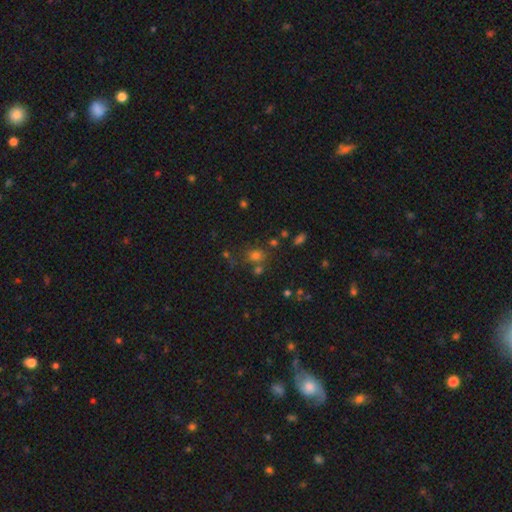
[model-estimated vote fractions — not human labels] Smooth or featured? smooth (65%)
How rounded? round (72%)
Merging? none (63%)